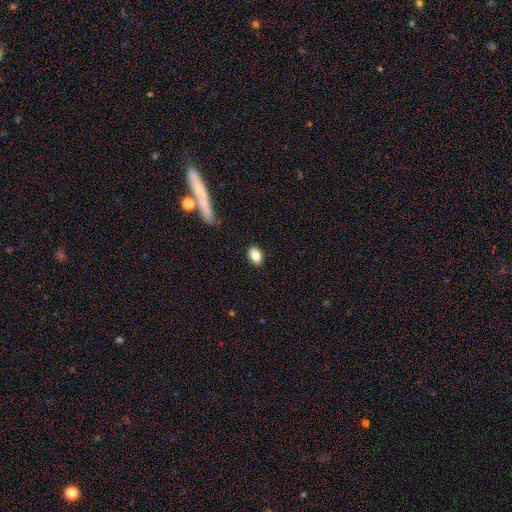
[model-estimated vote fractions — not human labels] This appears to be a smooth galaxy with no disk features (83%) that is in between round and cigar-shaped (81%). Merging: none (84%).